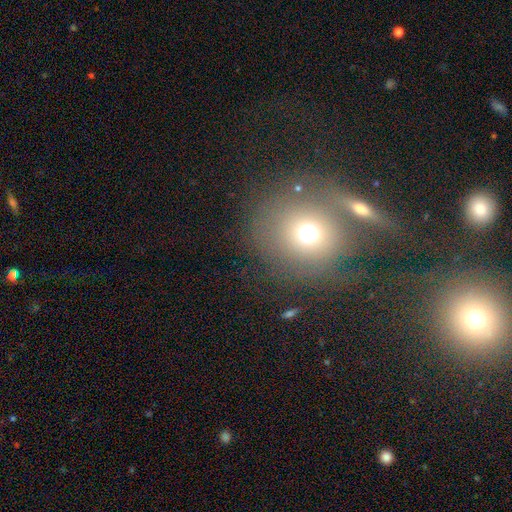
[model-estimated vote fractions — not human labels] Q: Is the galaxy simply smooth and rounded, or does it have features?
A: smooth — 56%.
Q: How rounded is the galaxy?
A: round — 86%.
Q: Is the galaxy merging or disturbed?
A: none — 60%.